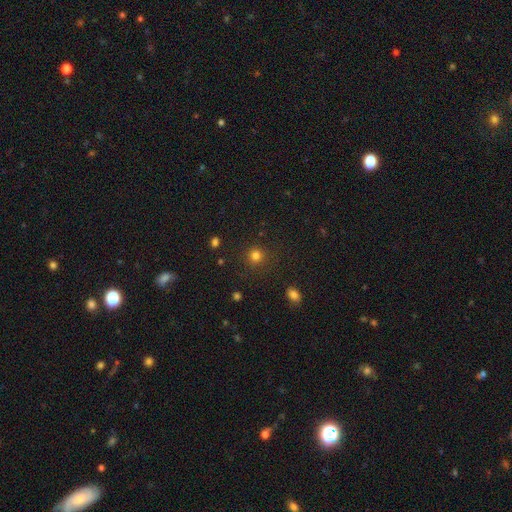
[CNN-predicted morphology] This appears to be a smooth galaxy with no disk features (80%) that is round (91%). Merging: none (86%).